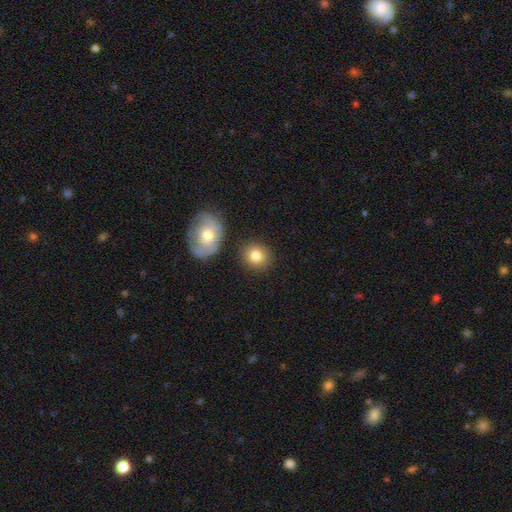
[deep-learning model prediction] A smooth galaxy with no disk features (79%) that is round (83%). Merging: none (82%).